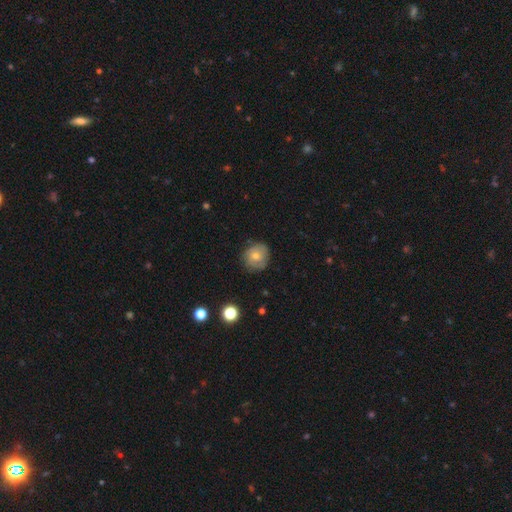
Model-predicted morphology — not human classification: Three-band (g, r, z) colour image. It shows a smooth galaxy with no disk features (61%) that is round (86%). Merging: none (77%).